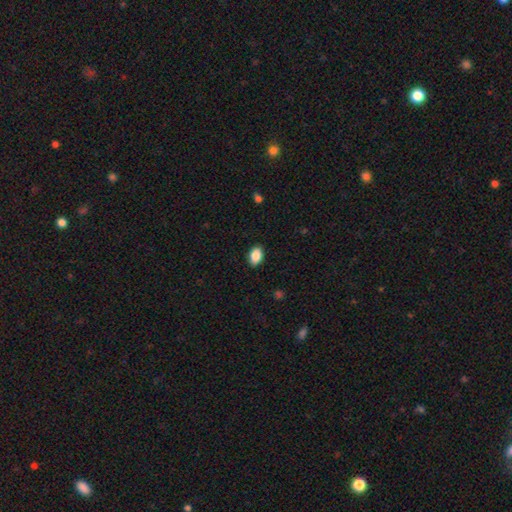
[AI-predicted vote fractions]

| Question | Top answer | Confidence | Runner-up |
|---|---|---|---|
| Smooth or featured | smooth | 88% | star or artifact (8%) |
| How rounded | in between | 87% | round (12%) |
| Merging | none | 89% | minor disturbance (8%) |